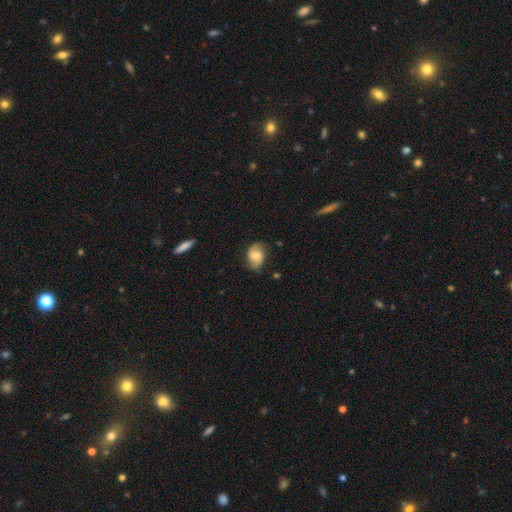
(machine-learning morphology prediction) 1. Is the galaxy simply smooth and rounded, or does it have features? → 51% featured or disk, 41% smooth, 8% star or artifact.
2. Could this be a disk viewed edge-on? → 96% no, 4% yes.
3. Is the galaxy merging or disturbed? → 74% none, 20% minor disturbance, 5% major disturbance, 1% merger.